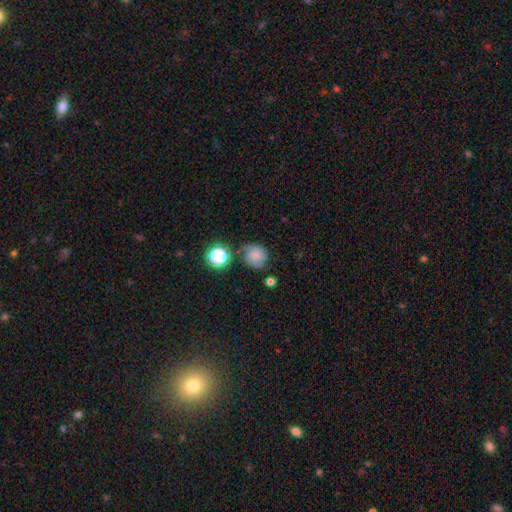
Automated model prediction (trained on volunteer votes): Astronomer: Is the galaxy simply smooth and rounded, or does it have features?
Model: smooth — 57%.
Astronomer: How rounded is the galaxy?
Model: round — 86%.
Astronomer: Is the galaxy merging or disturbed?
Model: none — 65%.